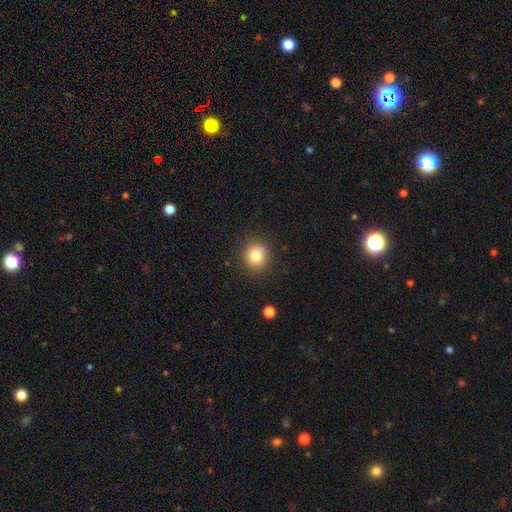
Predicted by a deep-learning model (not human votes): Smooth or featured: smooth — 80% (star or artifact — 11%)
How rounded: round — 82% (in between — 17%)
Merging: none — 79% (minor disturbance — 13%)